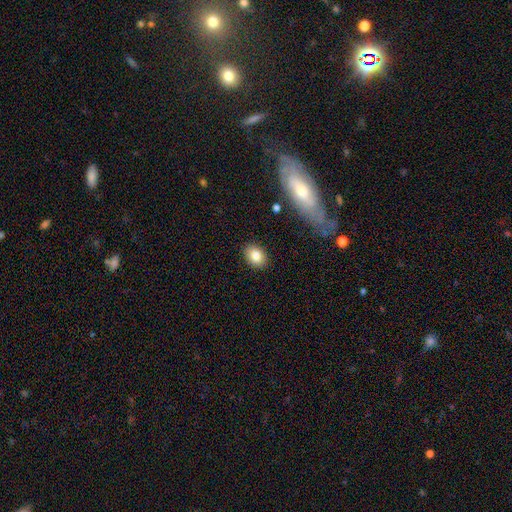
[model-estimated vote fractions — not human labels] Smooth or featured?
  - smooth: 82% *
  - featured or disk: 9%
  - star or artifact: 9%
How rounded?
  - in between: 70% *
  - round: 29%
  - cigar-shaped: 1%
Merging?
  - none: 88% *
  - minor disturbance: 8%
  - major disturbance: 2%
  - merger: 1%